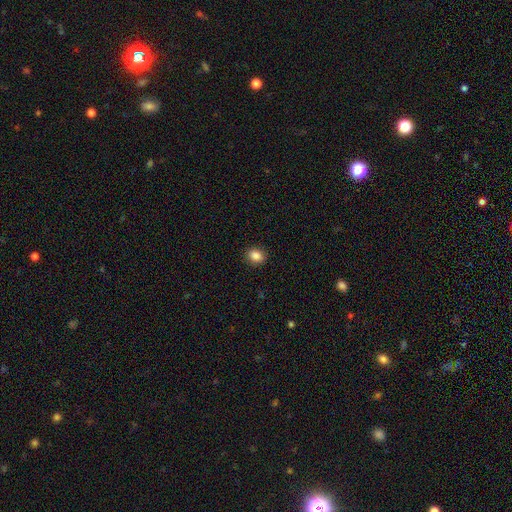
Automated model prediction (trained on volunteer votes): smooth-or-featured: smooth: 87% | star or artifact: 9% | featured or disk: 4%
  how-rounded: in between: 54% | round: 45% | cigar-shaped: 1%
  merging: none: 90% | minor disturbance: 7% | major disturbance: 2% | merger: 1%